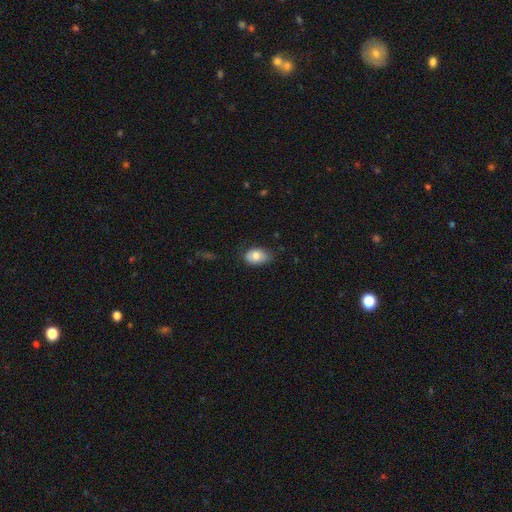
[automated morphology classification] Smooth or featured: smooth — 78% (featured or disk — 15%)
How rounded: in between — 83% (round — 15%)
Merging: none — 62% (minor disturbance — 30%)